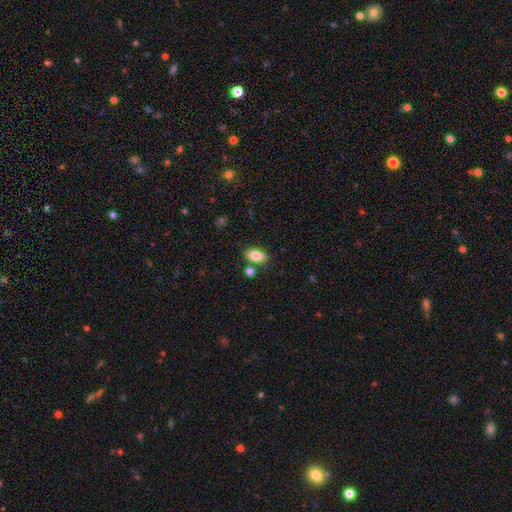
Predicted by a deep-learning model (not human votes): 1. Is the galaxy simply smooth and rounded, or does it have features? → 83% smooth, 9% featured or disk, 8% star or artifact.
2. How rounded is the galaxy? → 92% in between, 6% round, 2% cigar-shaped.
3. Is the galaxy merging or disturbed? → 81% none, 10% minor disturbance, 7% merger, 2% major disturbance.